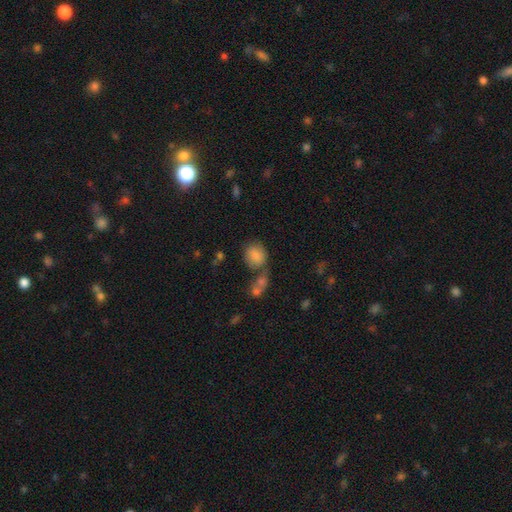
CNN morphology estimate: smooth 82%, star or artifact 10%, featured or disk 8%. Down the decision tree: how rounded — round (53%); merging — none (49%).